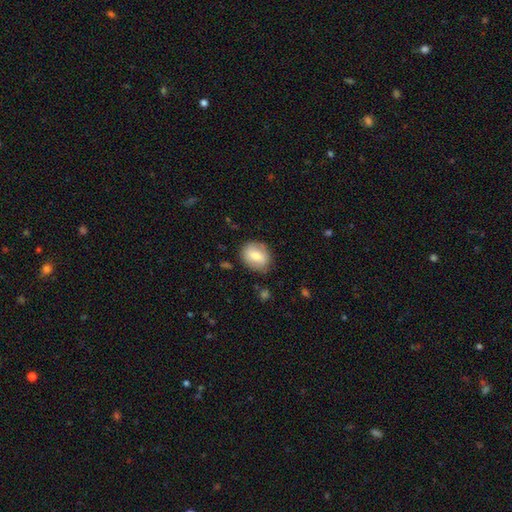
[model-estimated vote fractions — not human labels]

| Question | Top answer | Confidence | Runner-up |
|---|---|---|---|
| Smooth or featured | smooth | 71% | featured or disk (21%) |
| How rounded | round | 56% | in between (43%) |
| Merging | none | 81% | minor disturbance (14%) |